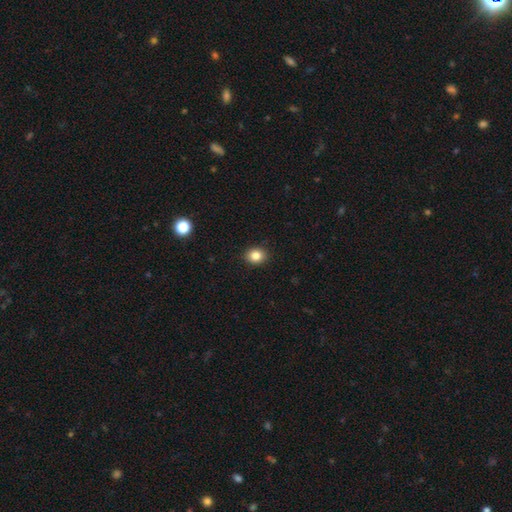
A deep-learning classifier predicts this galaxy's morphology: A smooth galaxy with no disk features (84%) that is round (67%).

Vote fractions:
- Smooth or featured? smooth: 84% / star or artifact: 11% / featured or disk: 5%
- How rounded? round: 67% / in between: 32% / cigar-shaped: 1%
- Merging? none: 91% / minor disturbance: 7% / major disturbance: 2% / merger: 1%